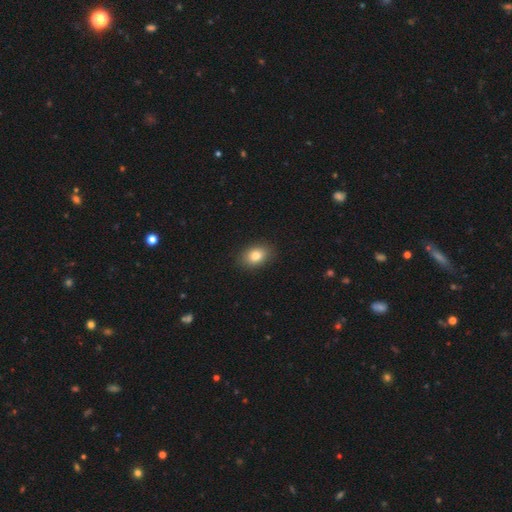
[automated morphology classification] A smooth galaxy with no disk features (82%) that is in between round and cigar-shaped (75%). Merging: none (89%).